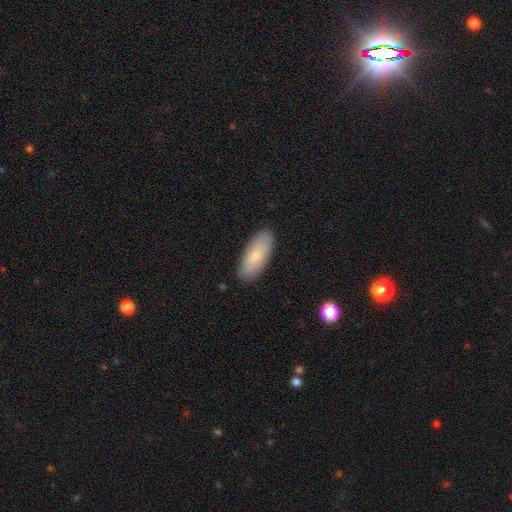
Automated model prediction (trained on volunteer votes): This appears to be a smooth galaxy with no disk features (81%) that is in between round and cigar-shaped (81%). Merging: none (88%).